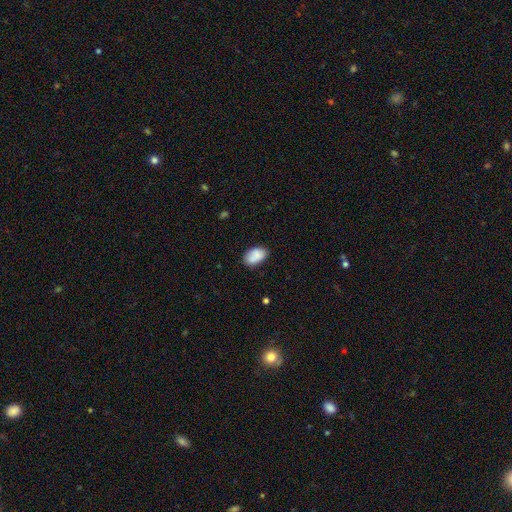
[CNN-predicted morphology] A smooth galaxy with no disk features (82%) that is in between round and cigar-shaped (90%). Merging: none (70%).